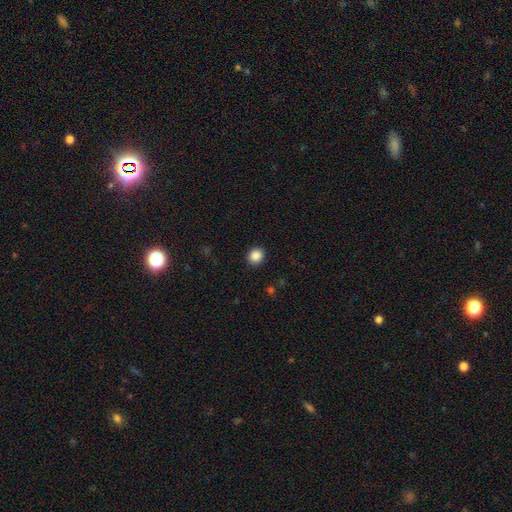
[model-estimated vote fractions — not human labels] Overall: smooth (87%). How rounded: round (76%). Merging: none (91%).